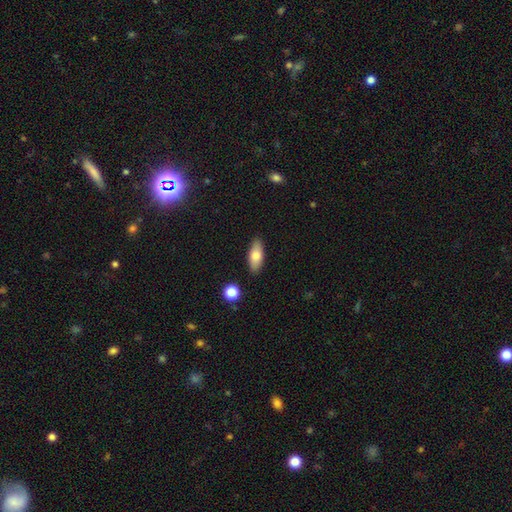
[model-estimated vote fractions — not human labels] A smooth galaxy with no disk features (76%) that is in between round and cigar-shaped (80%). Merging: none (87%).